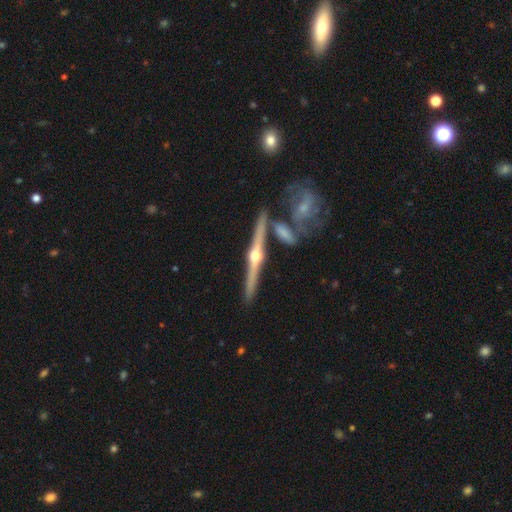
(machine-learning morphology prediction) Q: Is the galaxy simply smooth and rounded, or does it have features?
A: featured or disk — 86%.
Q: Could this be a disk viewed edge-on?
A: yes — 98%.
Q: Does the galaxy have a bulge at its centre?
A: rounded — 95%.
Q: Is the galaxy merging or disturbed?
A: none — 81%.